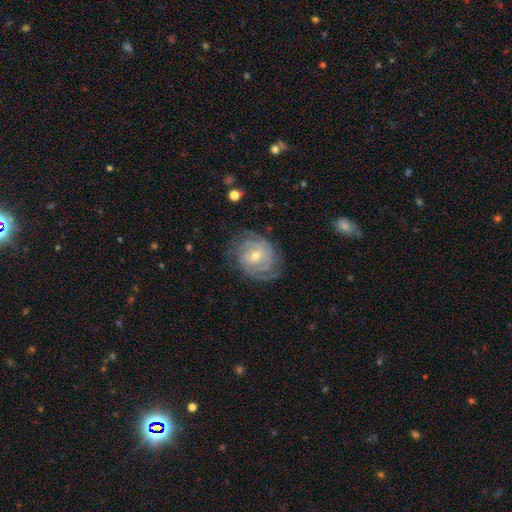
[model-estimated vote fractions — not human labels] smooth-or-featured: featured or disk: 84% | smooth: 10% | star or artifact: 6%
  disk-edge-on: no: 97% | yes: 3%
    bar: no: 58% | weak: 34% | strong: 8%
    has-spiral-arms: yes: 94% | no: 6%
      spiral-winding: tight: 74% | medium: 21% | loose: 5%
      spiral-arm-count: can't tell: 37% | 2: 22% | 3: 19% | 4: 10% | more than 4: 6% | 1: 6%
    bulge-size: moderate: 53% | small: 44% | large: 2% | none: 1% | dominant: 1%
  merging: none: 74% | minor disturbance: 17% | major disturbance: 7% | merger: 1%